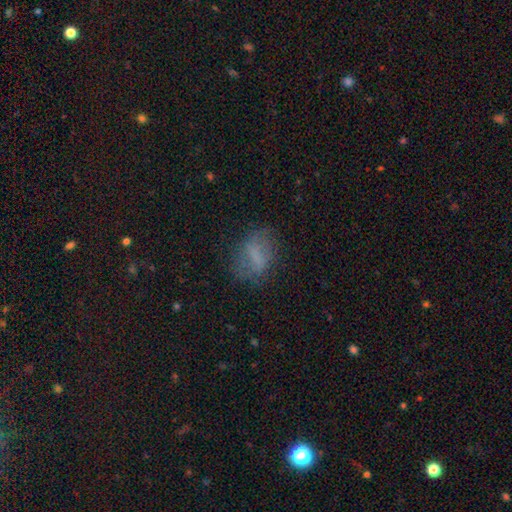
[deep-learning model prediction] Smooth or featured?
  - smooth: 60% *
  - featured or disk: 28%
  - star or artifact: 12%
How rounded?
  - in between: 76% *
  - round: 18%
  - cigar-shaped: 6%
Merging?
  - none: 64% *
  - minor disturbance: 21%
  - major disturbance: 13%
  - merger: 2%